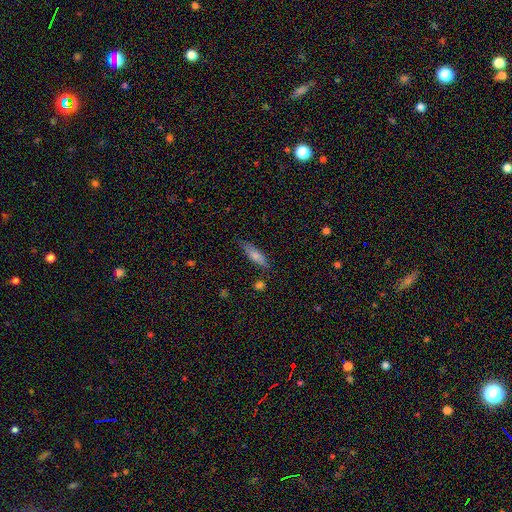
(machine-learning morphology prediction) Smooth or featured?
  - smooth: 72% *
  - featured or disk: 21%
  - star or artifact: 8%
How rounded?
  - cigar-shaped: 59% *
  - in between: 39%
  - round: 2%
Merging?
  - none: 73% *
  - minor disturbance: 19%
  - major disturbance: 4%
  - merger: 3%